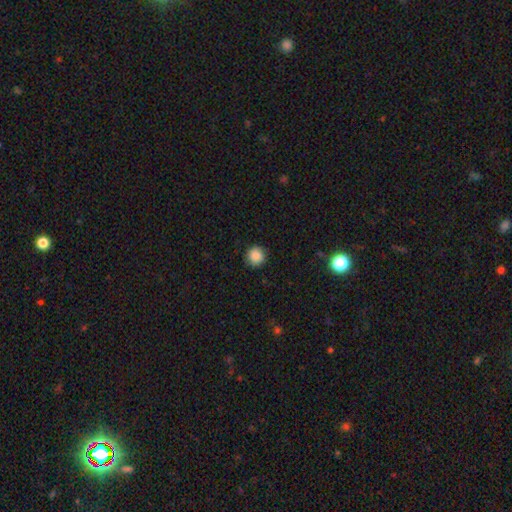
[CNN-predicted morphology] smooth-or-featured: smooth: 87% | star or artifact: 9% | featured or disk: 3%
  how-rounded: round: 94% | in between: 5% | cigar-shaped: 1%
  merging: none: 90% | minor disturbance: 7% | major disturbance: 2% | merger: 1%